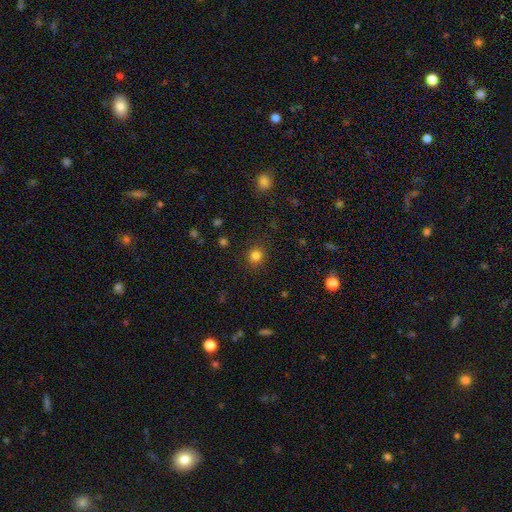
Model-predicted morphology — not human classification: This is clearly a smooth galaxy (82%). How rounded: clearly round (87%). Merging: clearly none (87%).